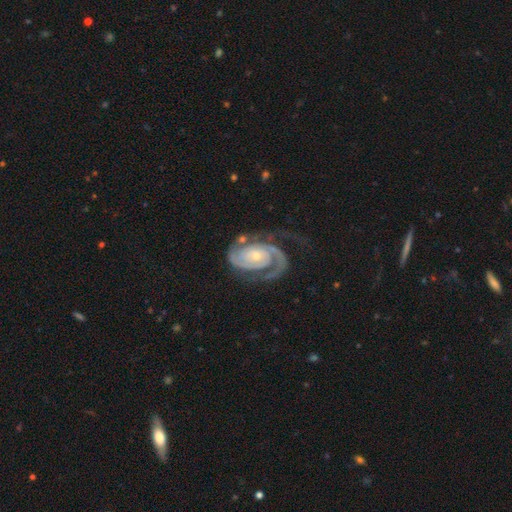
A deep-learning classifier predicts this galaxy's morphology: Smooth or featured?
  - featured or disk: 92% *
  - star or artifact: 4%
  - smooth: 3%
Edge-on disk?
  - no: 98% *
  - yes: 2%
Bar?
  - no: 67% *
  - weak: 23%
  - strong: 10%
Spiral arms?
  - yes: 98% *
  - no: 2%
Spiral winding?
  - tight: 59% *
  - medium: 34%
  - loose: 7%
Spiral arm count?
  - 2: 88% *
  - 1: 3%
  - 3: 3%
  - can't tell: 3%
  - 4: 1%
  - more than 4: 1%
Bulge size?
  - small: 67% *
  - moderate: 28%
  - none: 2%
  - large: 2%
  - dominant: 1%
Merging?
  - none: 68% *
  - minor disturbance: 17%
  - major disturbance: 12%
  - merger: 3%